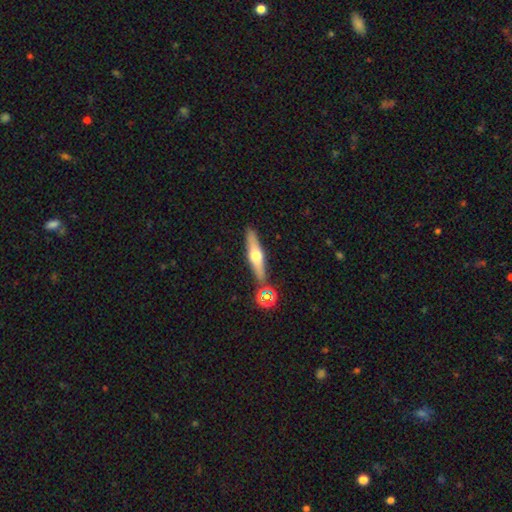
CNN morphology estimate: A featured or disk galaxy (54%) viewed edge-on (91%). Merging: none (84%).